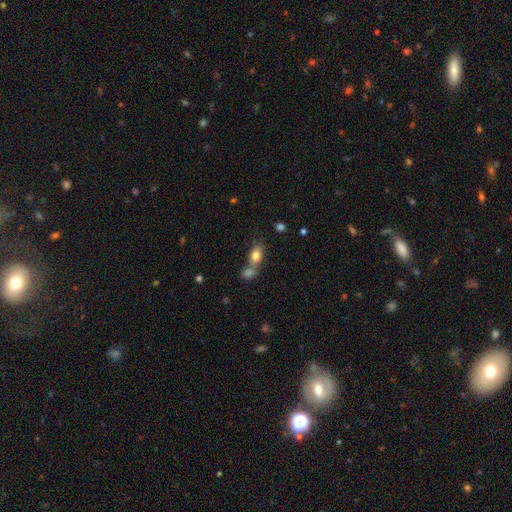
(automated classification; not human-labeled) Q: Smooth or featured?
A: smooth (80%); runner-up: featured or disk (11%)
Q: How rounded?
A: in between (82%); runner-up: round (13%)
Q: Merging?
A: merger (48%); runner-up: none (38%)